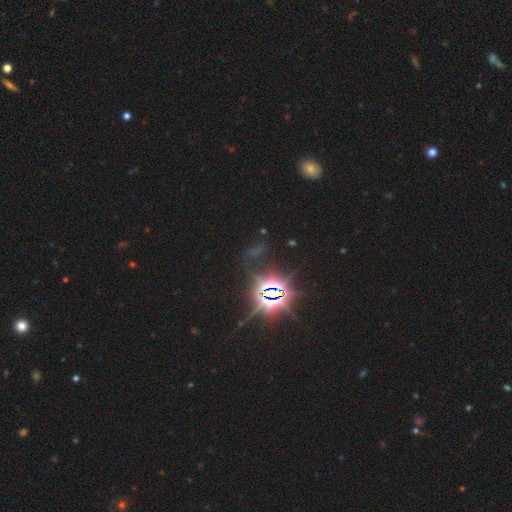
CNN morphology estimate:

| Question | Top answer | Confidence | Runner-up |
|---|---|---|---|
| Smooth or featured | star or artifact | 83% | smooth (10%) |